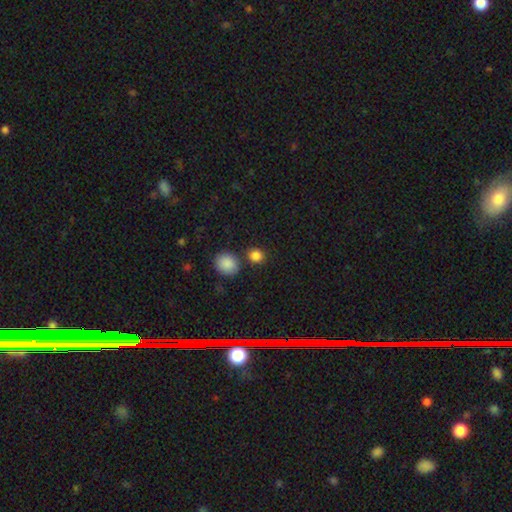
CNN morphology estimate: Smooth or featured? smooth (87%)
How rounded? round (78%)
Merging? none (76%)